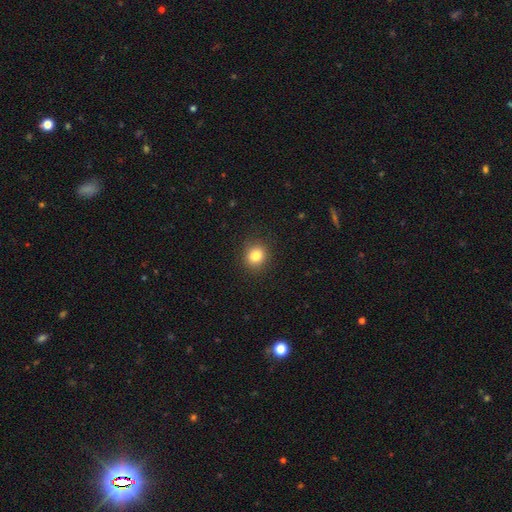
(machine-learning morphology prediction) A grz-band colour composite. It shows a smooth galaxy with no disk features (83%) that is round (81%). Merging: none (89%).